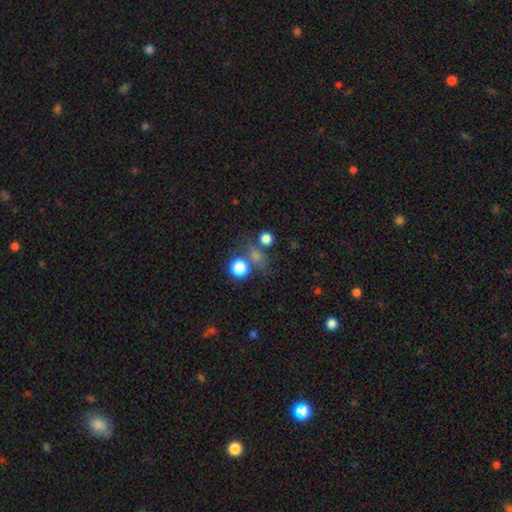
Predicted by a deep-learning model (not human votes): Smooth or featured: smooth — 59% (star or artifact — 31%)
How rounded: round — 79% (in between — 20%)
Merging: none — 64% (merger — 20%)